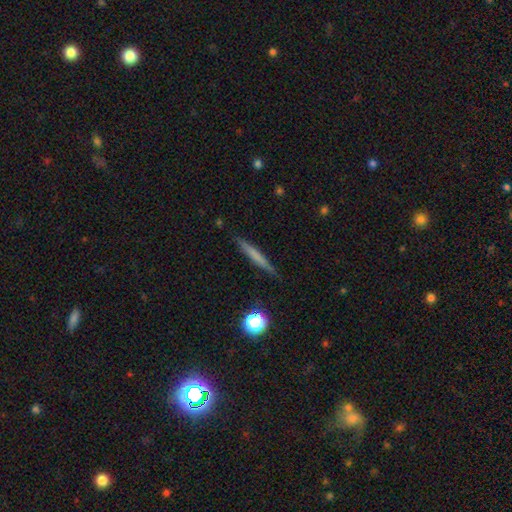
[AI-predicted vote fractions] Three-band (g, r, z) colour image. It shows a smooth galaxy with no disk features (58%) that is cigar-shaped (94%). Merging: none (88%).